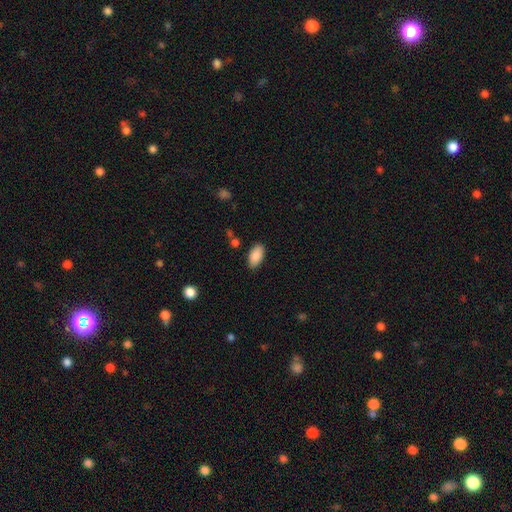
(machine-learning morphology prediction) Smooth or featured? smooth (88%)
How rounded? in between (94%)
Merging? none (86%)